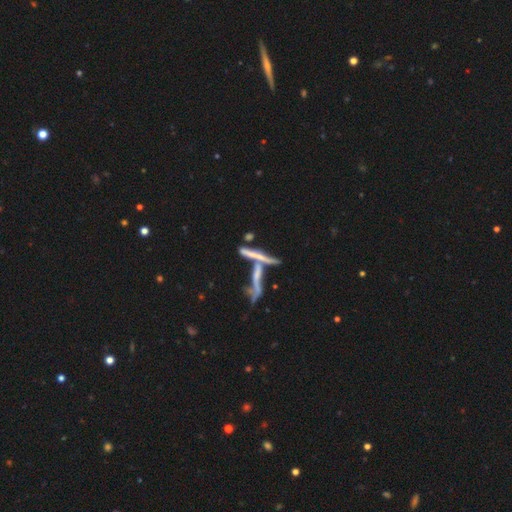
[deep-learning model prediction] Morphology: type=featured or disk (58%); edge-on=yes (73%); merging=merger (50%).